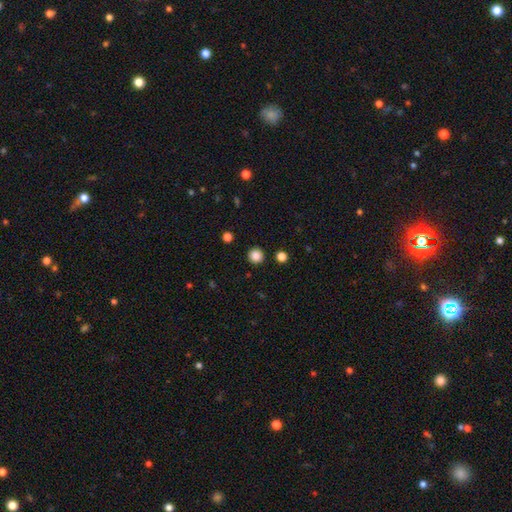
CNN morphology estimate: smooth 86%, star or artifact 11%, featured or disk 3%. Down the decision tree: how rounded — round (96%); merging — none (92%).